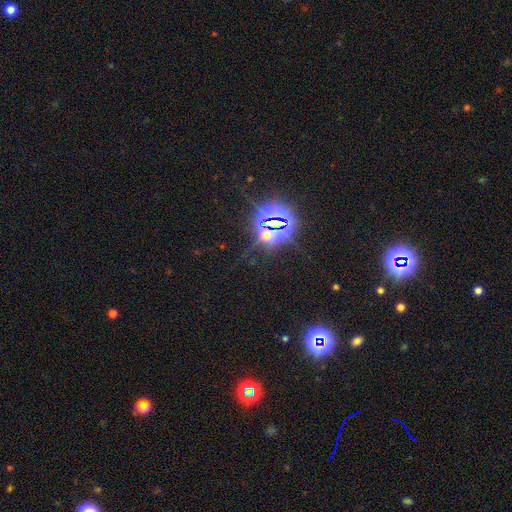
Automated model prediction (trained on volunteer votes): Smooth or featured: star or artifact — 80% (smooth — 13%)